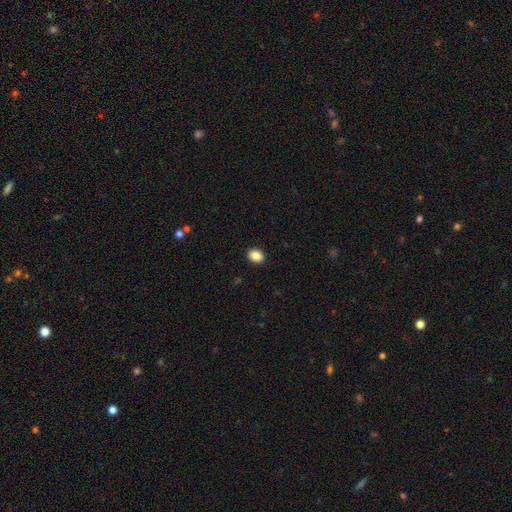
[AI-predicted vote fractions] Smooth or featured? Predicted: smooth (p=0.88). How rounded? Predicted: in between (p=0.64). Merging? Predicted: none (p=0.91).